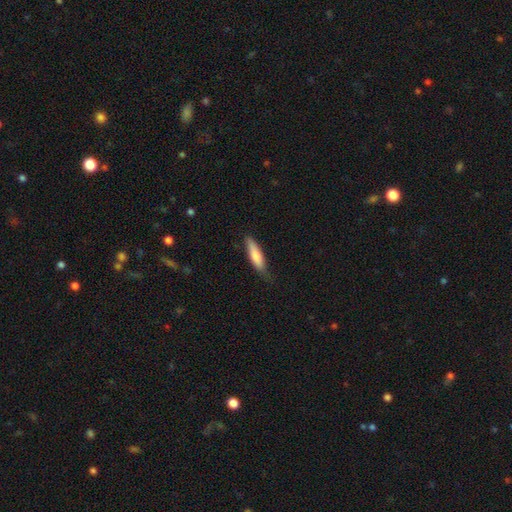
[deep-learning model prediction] smooth 77%, featured or disk 18%, star or artifact 6%. Down the decision tree: how rounded — cigar-shaped (68%); merging — none (70%).